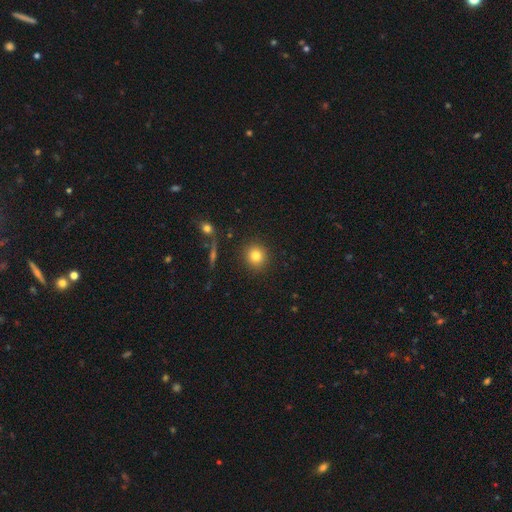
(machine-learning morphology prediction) Q: Smooth or featured?
A: smooth (82%); runner-up: star or artifact (11%)
Q: How rounded?
A: round (90%); runner-up: in between (9%)
Q: Merging?
A: none (91%); runner-up: minor disturbance (6%)